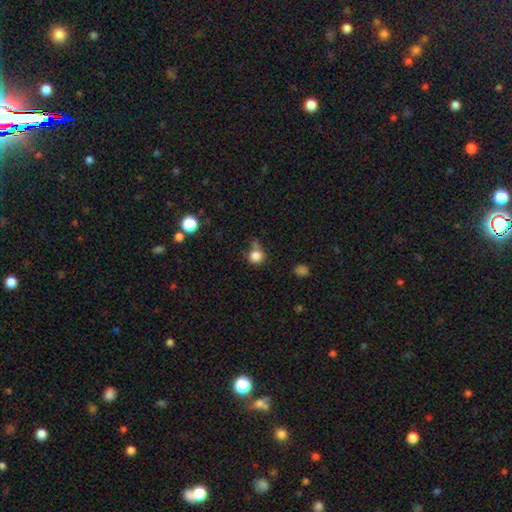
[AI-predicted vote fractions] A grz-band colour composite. It shows a smooth galaxy with no disk features (82%) that is round (88%). Merging: none (55%).